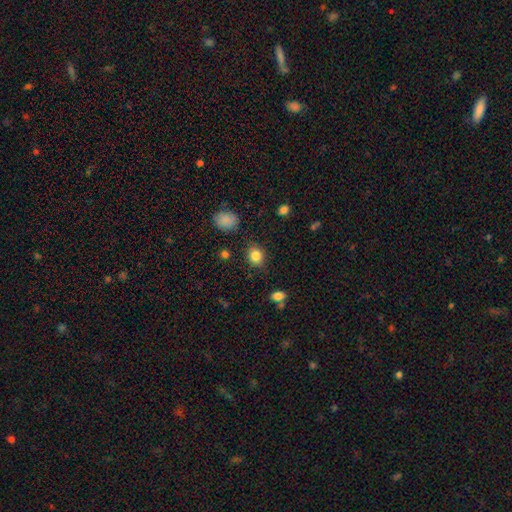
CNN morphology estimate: Smooth or featured? smooth (84%)
How rounded? round (63%)
Merging? none (83%)